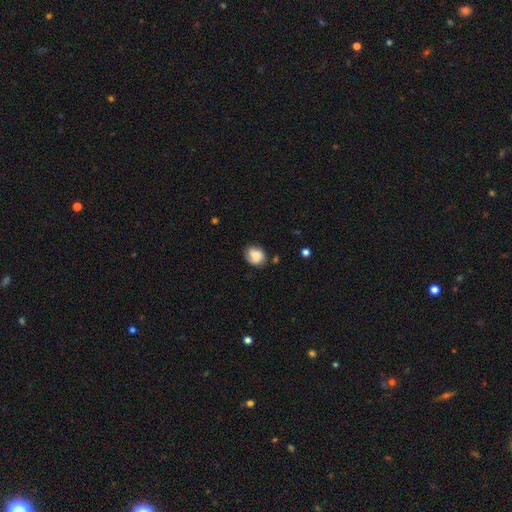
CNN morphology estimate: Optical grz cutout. It shows a smooth galaxy with no disk features (63%) that is round (52%). Merging: none (64%).